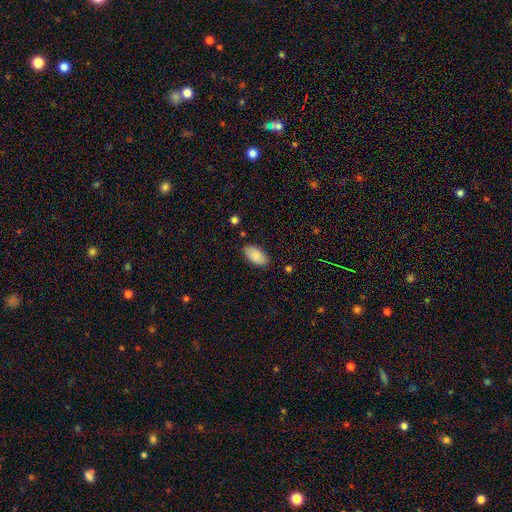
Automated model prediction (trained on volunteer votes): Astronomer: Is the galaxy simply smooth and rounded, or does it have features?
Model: smooth — 86%.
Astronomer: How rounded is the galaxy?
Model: in between — 94%.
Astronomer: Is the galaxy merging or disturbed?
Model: none — 84%.